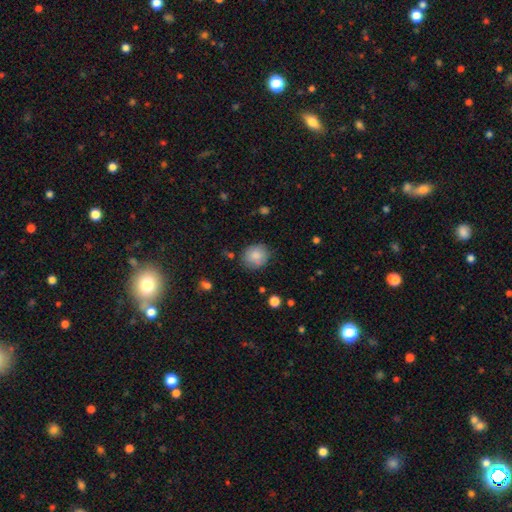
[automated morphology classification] The model was most divided on "how rounded": round: 76%, in between: 24%, cigar-shaped: 1%. More confident: smooth or featured — smooth (84%); merging — none (78%).